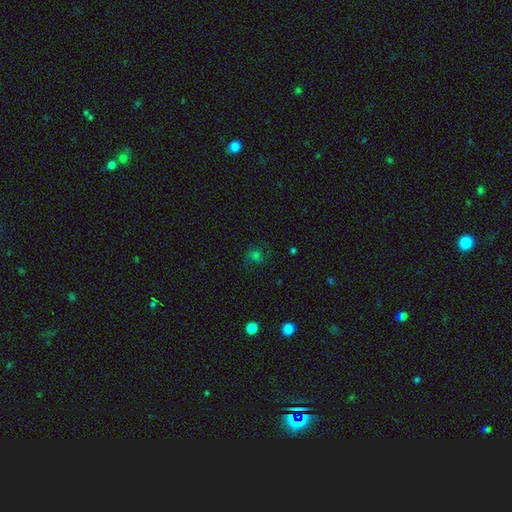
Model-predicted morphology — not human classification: smooth-or-featured: smooth: 57% | star or artifact: 29% | featured or disk: 14%
  how-rounded: round: 73% | in between: 26% | cigar-shaped: 1%
  merging: none: 63% | minor disturbance: 21% | major disturbance: 13% | merger: 3%